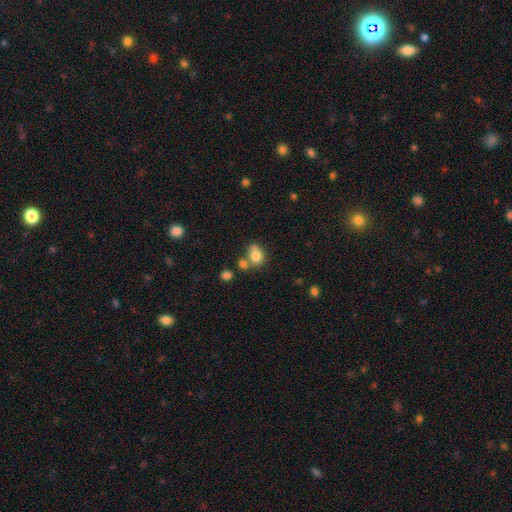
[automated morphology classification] A smooth galaxy with no disk features (79%) that is in between round and cigar-shaped (51%). Merging: none (45%).